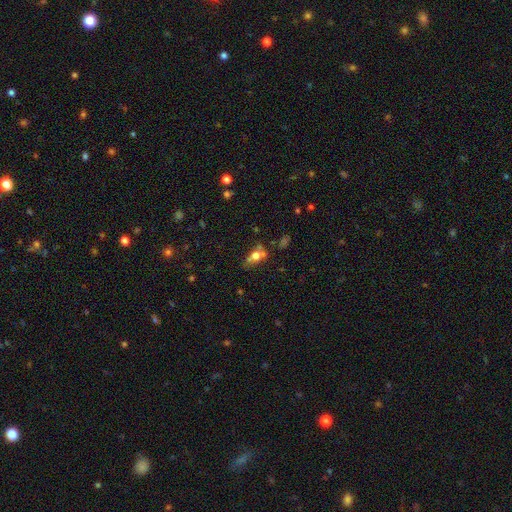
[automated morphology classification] A smooth galaxy with no disk features (57%) that is in between round and cigar-shaped (61%). Merging: none (42%).